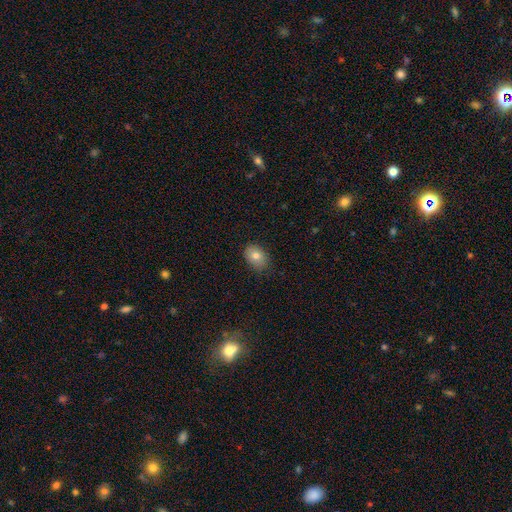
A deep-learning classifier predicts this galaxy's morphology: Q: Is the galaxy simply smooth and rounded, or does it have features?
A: smooth — 79%.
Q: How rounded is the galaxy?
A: in between — 74%.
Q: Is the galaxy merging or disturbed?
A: none — 82%.